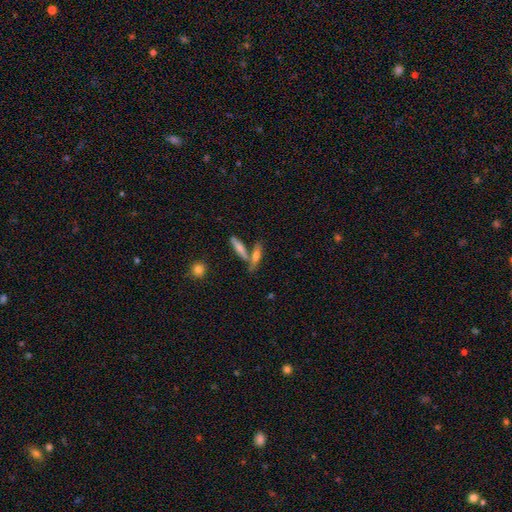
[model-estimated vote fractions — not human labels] A smooth galaxy with no disk features (57%) that is cigar-shaped (70%). Merging: none (53%).